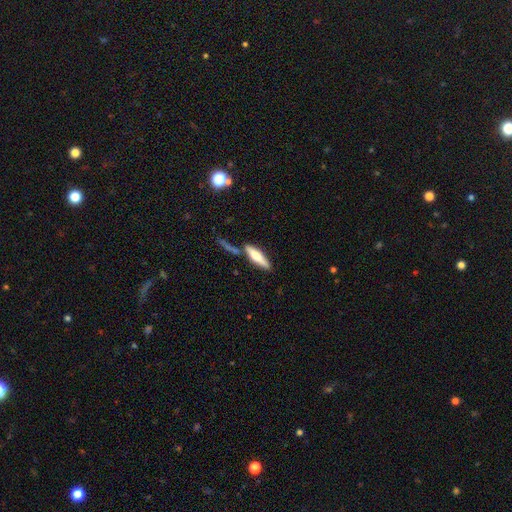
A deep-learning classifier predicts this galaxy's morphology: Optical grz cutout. It shows a smooth galaxy with no disk features (57%) that is cigar-shaped (68%). Merging: none (63%).